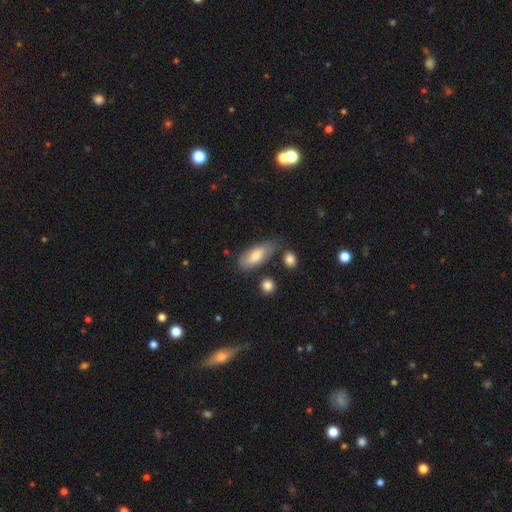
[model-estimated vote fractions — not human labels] A smooth galaxy with no disk features (71%) that is in between round and cigar-shaped (81%). Merging: none (66%).